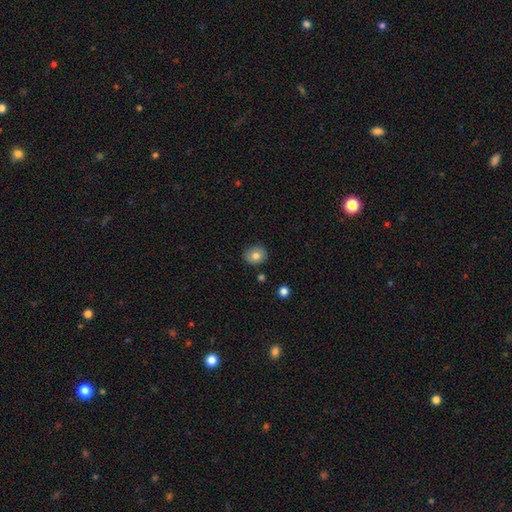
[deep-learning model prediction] smooth 78%, featured or disk 13%, star or artifact 9%. Down the decision tree: how rounded — round (73%); merging — none (87%).